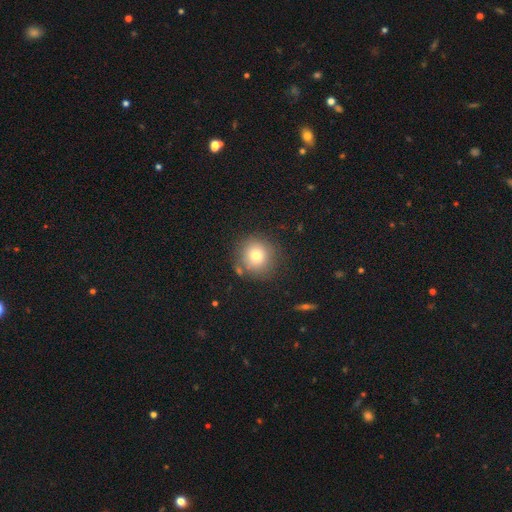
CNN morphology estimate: smooth 76%, star or artifact 12%, featured or disk 12%. Down the decision tree: how rounded — round (93%); merging — none (81%).